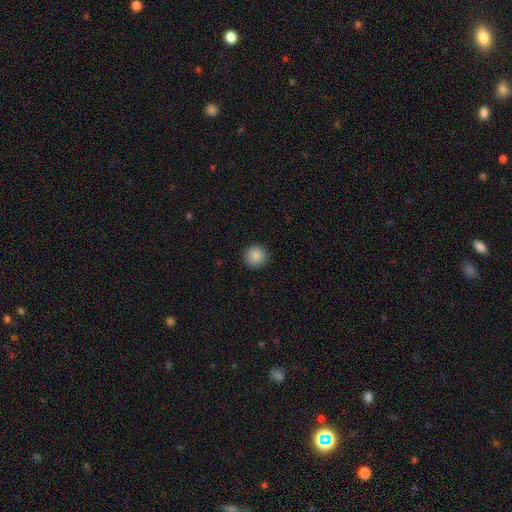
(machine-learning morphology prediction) smooth 88%, star or artifact 9%, featured or disk 3%. Down the decision tree: how rounded — round (94%); merging — none (92%).